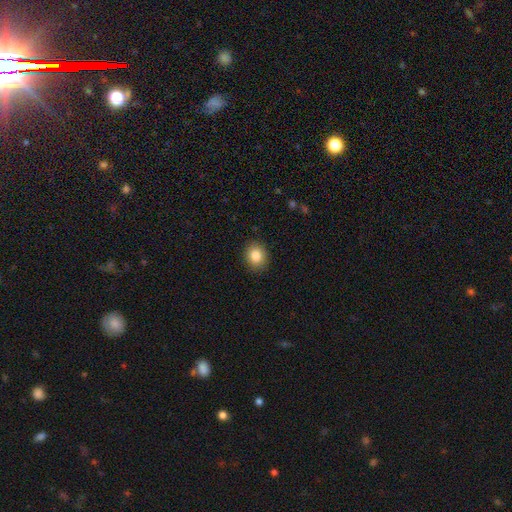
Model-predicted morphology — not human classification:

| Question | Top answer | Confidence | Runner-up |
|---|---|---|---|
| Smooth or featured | smooth | 84% | star or artifact (9%) |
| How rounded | round | 64% | in between (35%) |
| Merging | none | 89% | minor disturbance (8%) |